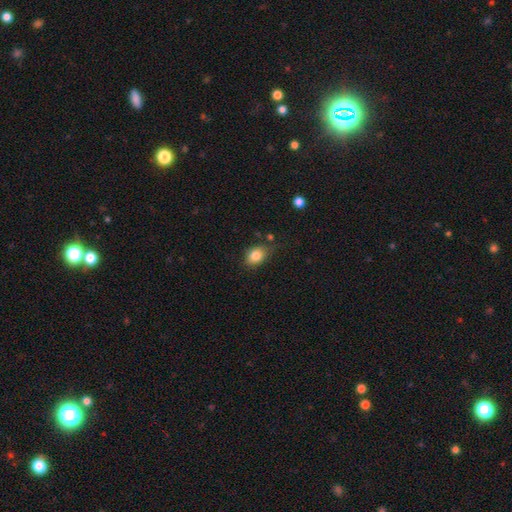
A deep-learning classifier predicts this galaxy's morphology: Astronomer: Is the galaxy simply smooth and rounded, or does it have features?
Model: smooth — 82%.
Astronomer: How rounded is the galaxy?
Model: in between — 67%.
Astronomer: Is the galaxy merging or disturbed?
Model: none — 70%.